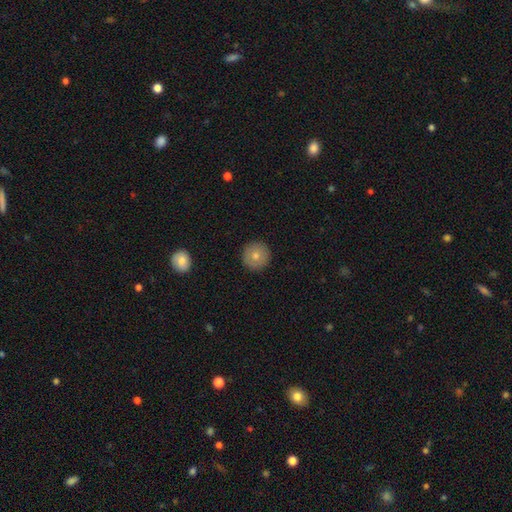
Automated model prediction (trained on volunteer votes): Smooth or featured: smooth — 75% (featured or disk — 16%)
How rounded: round — 95% (in between — 4%)
Merging: none — 92% (minor disturbance — 5%)